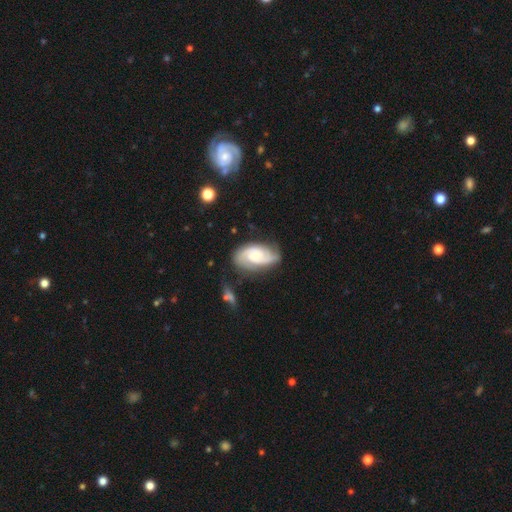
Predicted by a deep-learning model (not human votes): A featured or disk galaxy (77%) with no bar (60%), 2 (73%) medium (44%) spiral arms (96%) and a small central bulge (44%).

Vote fractions:
- Smooth or featured? featured or disk: 77% / smooth: 17% / star or artifact: 6%
- Edge-on disk? no: 96% / yes: 4%
- Bar? no: 60% / weak: 33% / strong: 6%
- Spiral arms? yes: 96% / no: 4%
- Spiral winding? medium: 44% / tight: 40% / loose: 16%
- Spiral arm count? 2: 73% / can't tell: 12% / 3: 8% / 1: 3% / 4: 2% / more than 4: 2%
- Bulge size? small: 44% / moderate: 39% / large: 8% / none: 7% / dominant: 2%
- Merging? none: 69% / minor disturbance: 21% / major disturbance: 7% / merger: 3%